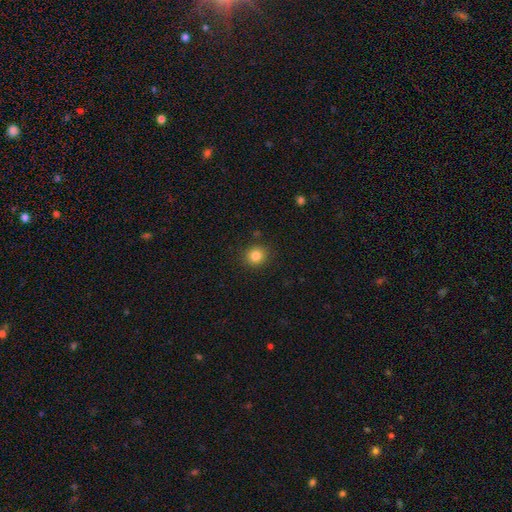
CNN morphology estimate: The model was most divided on "smooth or featured": smooth: 84%, star or artifact: 11%, featured or disk: 5%. More confident: merging — none (89%); how rounded — round (89%).